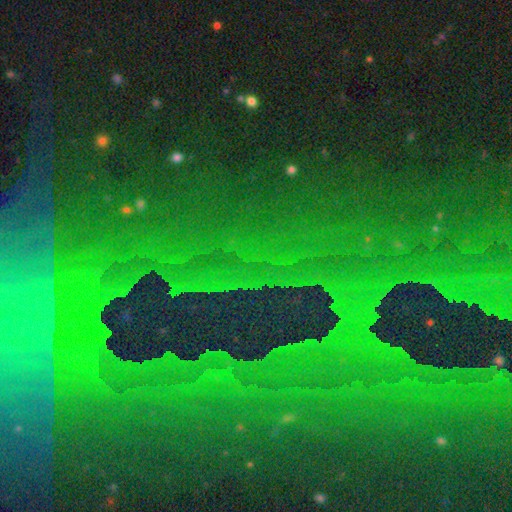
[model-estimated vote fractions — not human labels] Smooth or featured?
  - star or artifact: 86% *
  - featured or disk: 7%
  - smooth: 6%